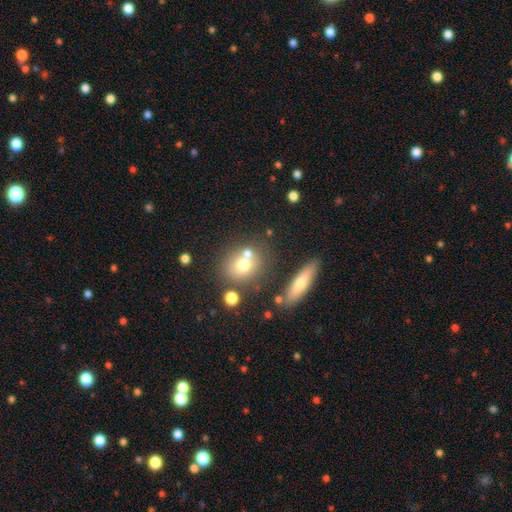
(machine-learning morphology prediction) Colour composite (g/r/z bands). It shows a smooth galaxy with no disk features (51%) that is round (48%). Merging: none (69%).